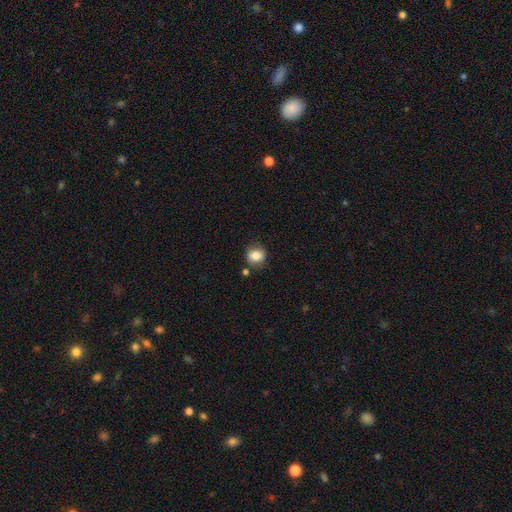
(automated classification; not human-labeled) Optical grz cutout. It shows a smooth galaxy with no disk features (83%) that is round (75%). Merging: none (75%).